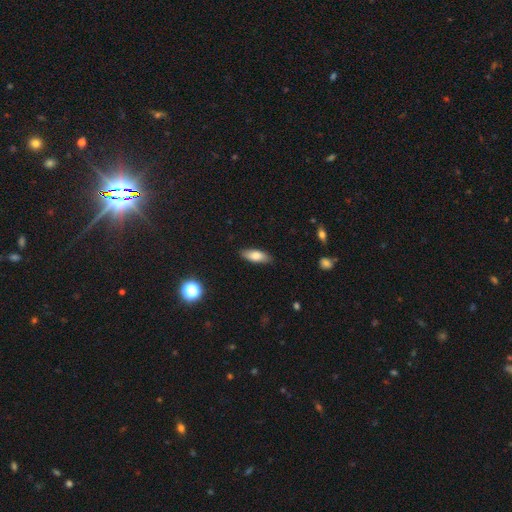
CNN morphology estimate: This appears to be a smooth galaxy with no disk features (79%) that is in between round and cigar-shaped (73%). Merging: none (86%).